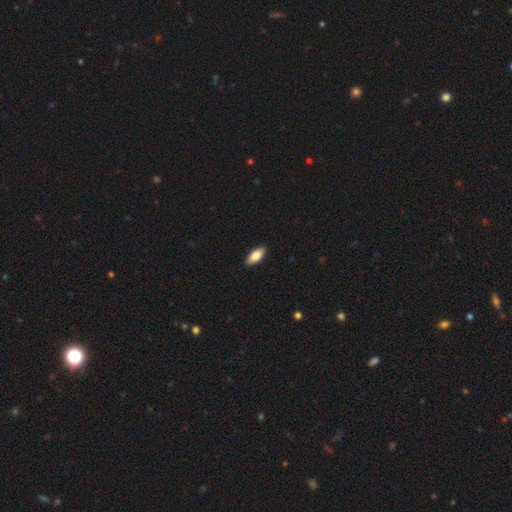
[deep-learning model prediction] Smooth or featured? Predicted: smooth (p=0.80). How rounded? Predicted: in between (p=0.85). Merging? Predicted: none (p=0.90).